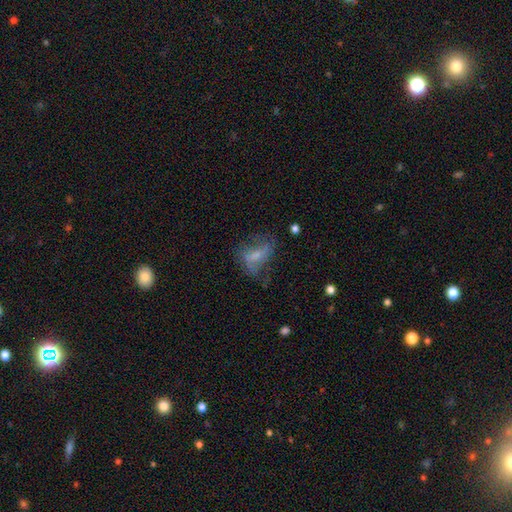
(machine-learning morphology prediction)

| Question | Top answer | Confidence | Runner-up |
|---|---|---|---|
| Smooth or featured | smooth | 48% | featured or disk (41%) |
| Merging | none | 40% | major disturbance (31%) |